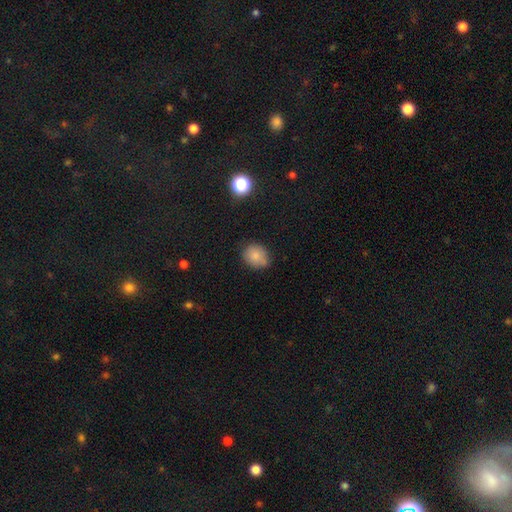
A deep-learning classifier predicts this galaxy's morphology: A smooth galaxy with no disk features (82%) that is round (64%).

Vote fractions:
- Smooth or featured? smooth: 82% / star or artifact: 10% / featured or disk: 7%
- How rounded? round: 64% / in between: 35% / cigar-shaped: 1%
- Merging? none: 67% / minor disturbance: 23% / merger: 5% / major disturbance: 4%